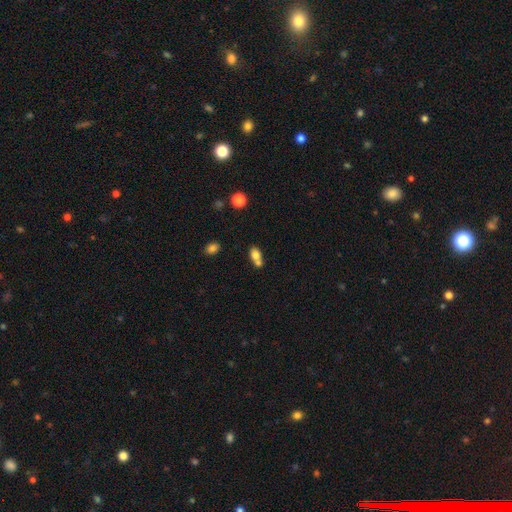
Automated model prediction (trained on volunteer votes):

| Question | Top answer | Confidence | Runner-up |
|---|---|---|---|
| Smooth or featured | smooth | 75% | featured or disk (15%) |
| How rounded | in between | 76% | round (20%) |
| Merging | merger | 54% | none (33%) |